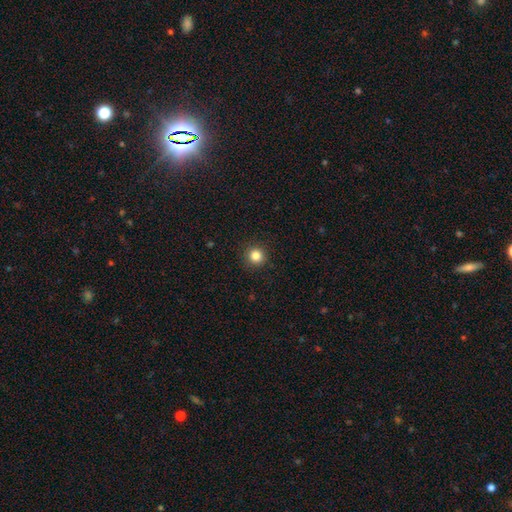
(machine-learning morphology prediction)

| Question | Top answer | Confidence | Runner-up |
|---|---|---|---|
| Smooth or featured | smooth | 84% | star or artifact (12%) |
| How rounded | round | 94% | in between (5%) |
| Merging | none | 92% | minor disturbance (5%) |